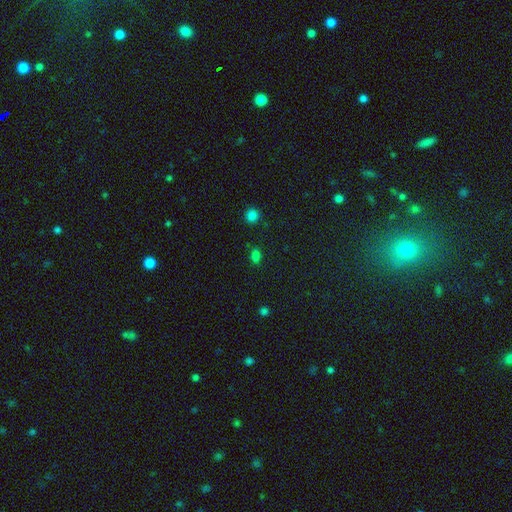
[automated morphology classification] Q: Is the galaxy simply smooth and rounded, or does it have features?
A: smooth — 73%.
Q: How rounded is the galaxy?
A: in between — 75%.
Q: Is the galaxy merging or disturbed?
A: none — 78%.